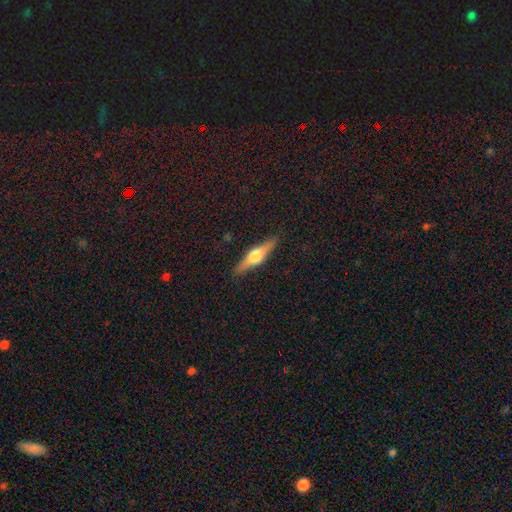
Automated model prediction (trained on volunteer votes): A featured or disk galaxy (62%) viewed edge-on (96%) with a rounded central bulge (94%).

Vote fractions:
- Smooth or featured? featured or disk: 62% / smooth: 32% / star or artifact: 6%
- Edge-on disk? yes: 96% / no: 4%
- Edge-on bulge? rounded: 94% / boxy: 4% / none: 2%
- Merging? none: 89% / minor disturbance: 8% / major disturbance: 2% / merger: 1%